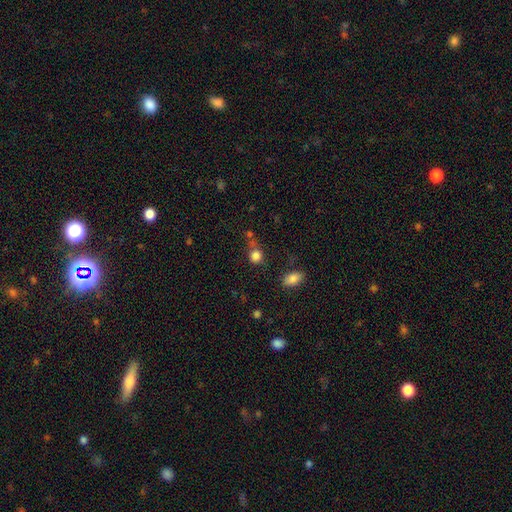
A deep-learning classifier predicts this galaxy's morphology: This appears to be a smooth galaxy with no disk features (82%) that is round (80%). Merging: none (58%).